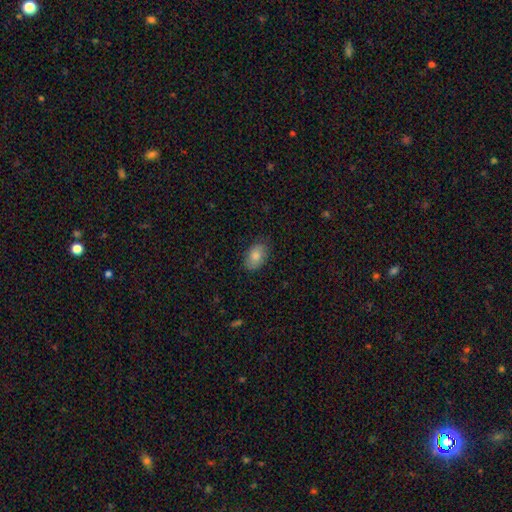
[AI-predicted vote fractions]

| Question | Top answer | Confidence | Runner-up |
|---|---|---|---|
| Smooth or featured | smooth | 84% | featured or disk (9%) |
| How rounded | in between | 89% | round (10%) |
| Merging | none | 81% | minor disturbance (15%) |